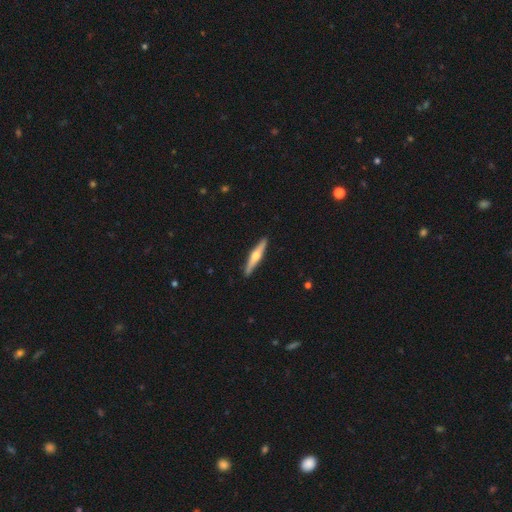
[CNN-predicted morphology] A featured or disk galaxy (65%) viewed edge-on (97%) with a rounded central bulge (94%).

Vote fractions:
- Smooth or featured? featured or disk: 65% / smooth: 30% / star or artifact: 5%
- Edge-on disk? yes: 97% / no: 3%
- Edge-on bulge? rounded: 94% / none: 4% / boxy: 3%
- Merging? none: 91% / minor disturbance: 6% / major disturbance: 1% / merger: 1%